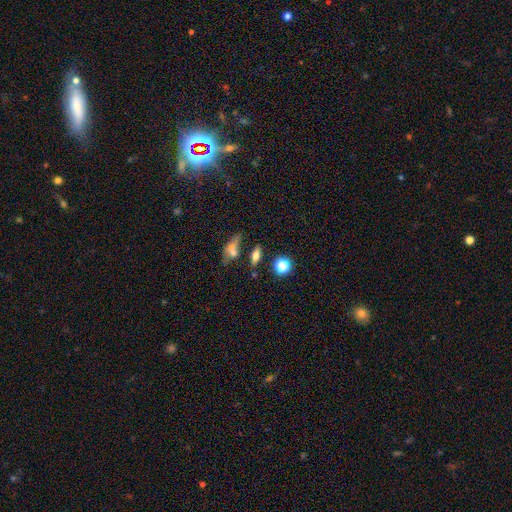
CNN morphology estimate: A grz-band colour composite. It shows a smooth galaxy with no disk features (63%) that is in between round and cigar-shaped (59%). Merging: none (62%).